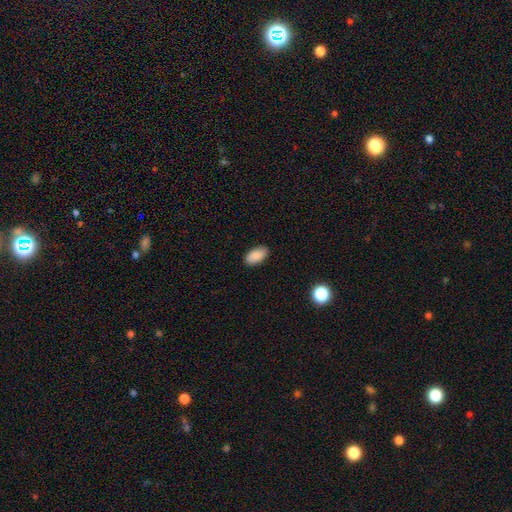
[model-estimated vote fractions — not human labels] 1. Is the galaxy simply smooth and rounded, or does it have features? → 89% smooth, 7% star or artifact, 4% featured or disk.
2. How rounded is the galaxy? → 95% in between, 3% round, 3% cigar-shaped.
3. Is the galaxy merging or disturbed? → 89% none, 8% minor disturbance, 2% major disturbance, 1% merger.